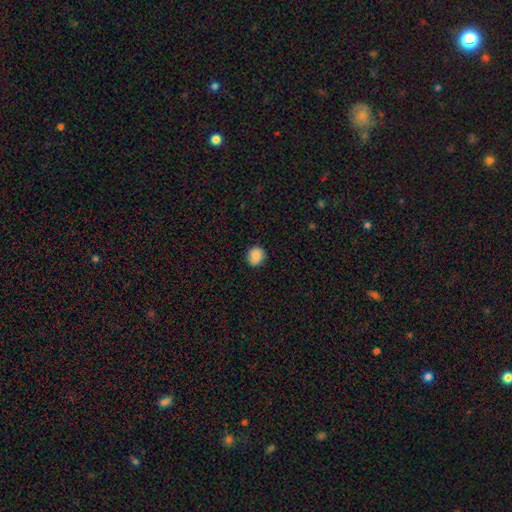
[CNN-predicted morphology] A smooth galaxy with no disk features (87%) that is round (83%). Merging: none (86%).